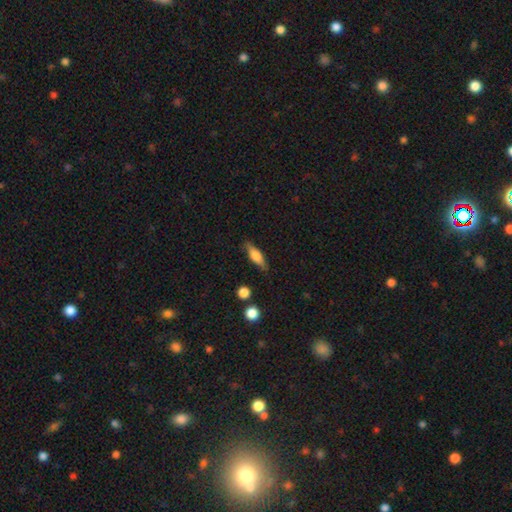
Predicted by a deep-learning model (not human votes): A smooth galaxy with no disk features (64%) that is cigar-shaped (52%).

Vote fractions:
- Smooth or featured? smooth: 64% / featured or disk: 29% / star or artifact: 7%
- How rounded? cigar-shaped: 52% / in between: 45% / round: 3%
- Merging? none: 81% / minor disturbance: 13% / major disturbance: 3% / merger: 2%